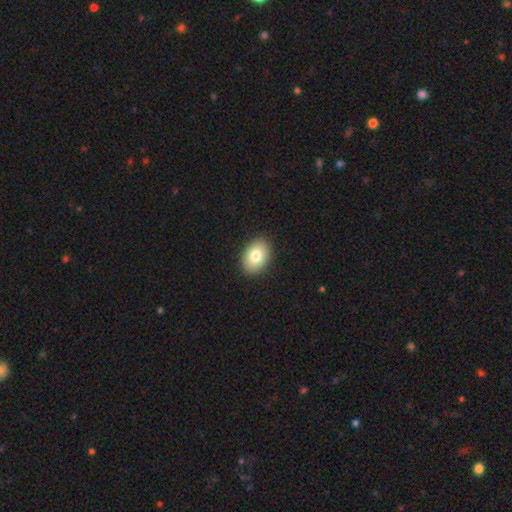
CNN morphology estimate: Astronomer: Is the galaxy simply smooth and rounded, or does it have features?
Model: smooth — 79%.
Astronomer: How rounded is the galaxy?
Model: in between — 81%.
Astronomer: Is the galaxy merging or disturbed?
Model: none — 89%.